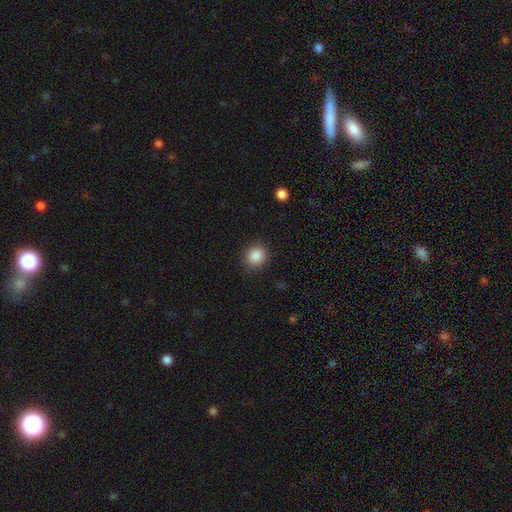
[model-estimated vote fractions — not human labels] Q: Smooth or featured?
A: smooth (87%); runner-up: star or artifact (10%)
Q: How rounded?
A: round (83%); runner-up: in between (16%)
Q: Merging?
A: none (87%); runner-up: minor disturbance (9%)